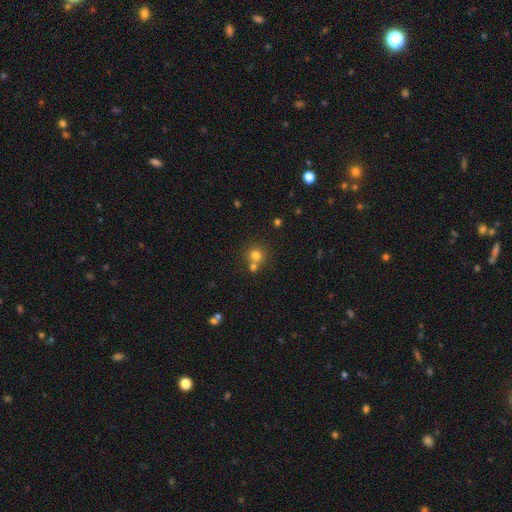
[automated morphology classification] Smooth or featured? smooth (76%)
How rounded? round (91%)
Merging? none (57%)